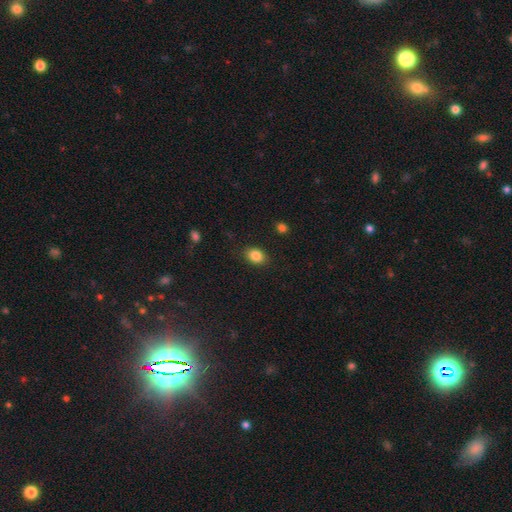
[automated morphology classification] A smooth galaxy with no disk features (85%) that is in between round and cigar-shaped (73%).

Vote fractions:
- Smooth or featured? smooth: 85% / star or artifact: 9% / featured or disk: 6%
- How rounded? in between: 73% / round: 26% / cigar-shaped: 1%
- Merging? none: 86% / minor disturbance: 10% / major disturbance: 3% / merger: 1%